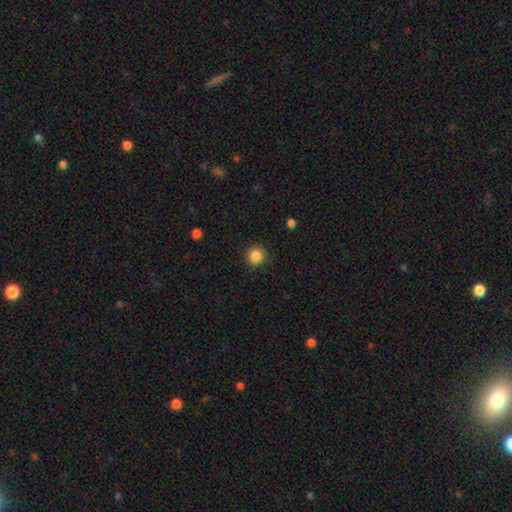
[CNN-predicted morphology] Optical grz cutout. It shows a smooth galaxy with no disk features (86%) that is round (94%). Merging: none (91%).